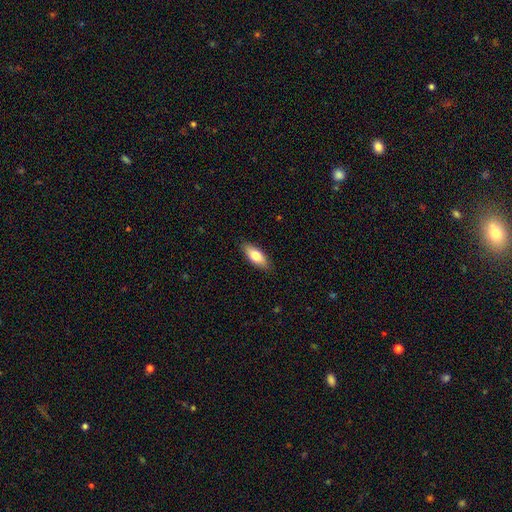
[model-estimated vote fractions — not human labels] This is likely a smooth galaxy (74%). How rounded: likely in between (75%). Merging: clearly none (88%).